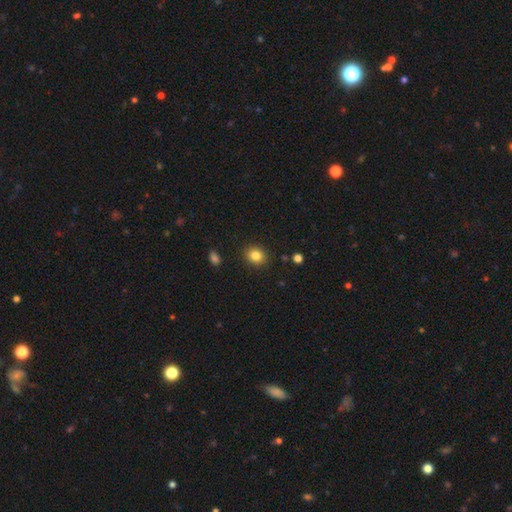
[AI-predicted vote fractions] Smooth or featured? Predicted: smooth (p=0.84). How rounded? Predicted: round (p=0.72). Merging? Predicted: none (p=0.90).